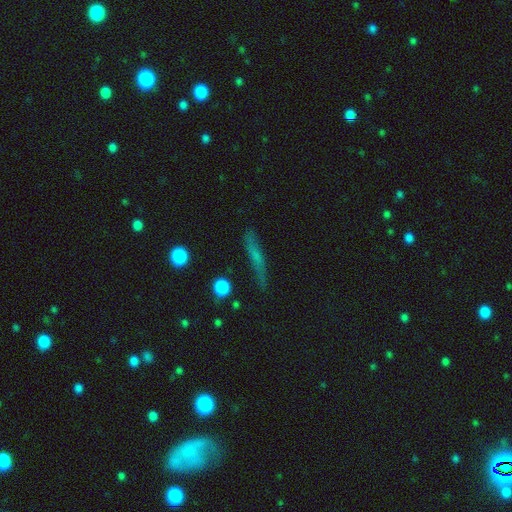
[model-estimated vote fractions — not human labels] Smooth or featured? Predicted: smooth (p=0.46). Merging? Predicted: none (p=0.75).